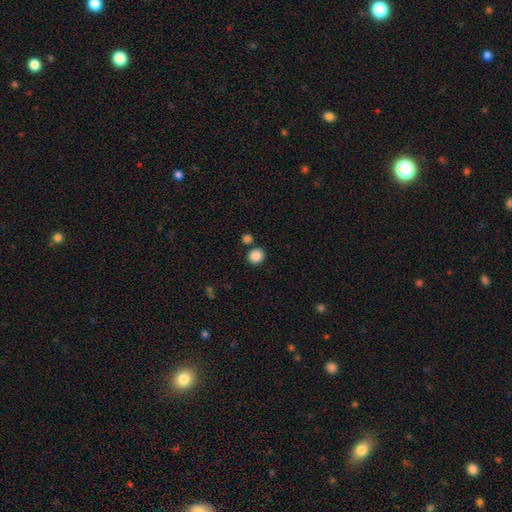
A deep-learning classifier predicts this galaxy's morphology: smooth-or-featured: smooth: 87% | star or artifact: 10% | featured or disk: 3%
  how-rounded: round: 87% | in between: 12% | cigar-shaped: 1%
  merging: none: 81% | merger: 9% | minor disturbance: 7% | major disturbance: 3%